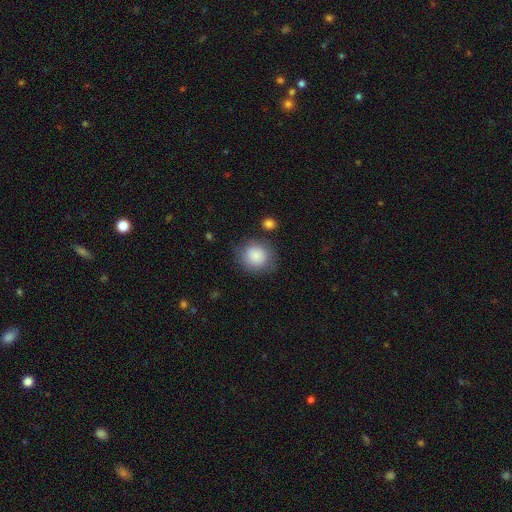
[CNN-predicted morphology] smooth-or-featured: smooth: 87% | star or artifact: 7% | featured or disk: 6%
  how-rounded: round: 82% | in between: 17% | cigar-shaped: 1%
  merging: none: 77% | minor disturbance: 14% | major disturbance: 5% | merger: 4%